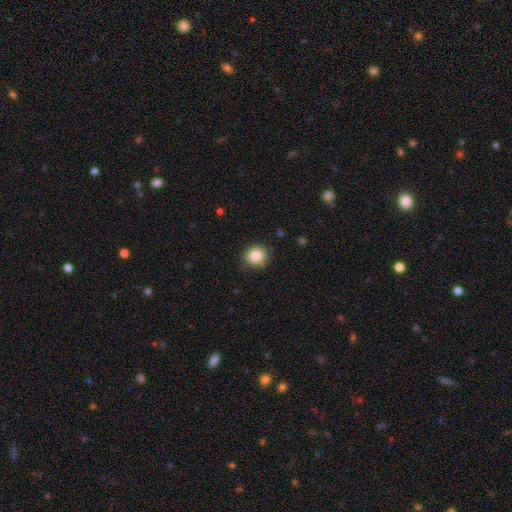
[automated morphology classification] A smooth galaxy with no disk features (84%) that is round (82%).

Vote fractions:
- Smooth or featured? smooth: 84% / star or artifact: 10% / featured or disk: 6%
- How rounded? round: 82% / in between: 17% / cigar-shaped: 1%
- Merging? none: 84% / minor disturbance: 12% / major disturbance: 3% / merger: 2%